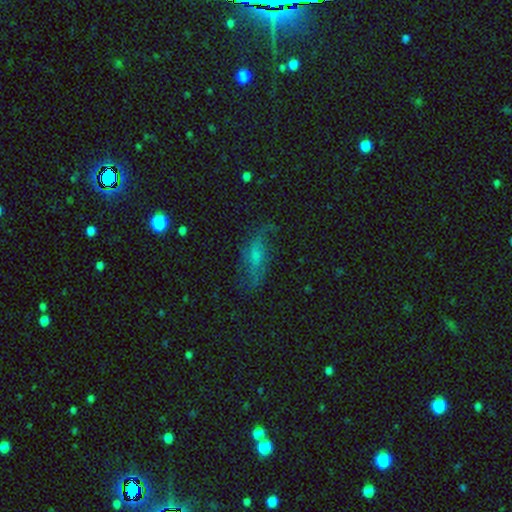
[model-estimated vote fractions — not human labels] smooth_or_featured: featured or disk (p=0.46) [alt: smooth p=0.35]
merging: none (p=0.64) [alt: minor disturbance p=0.21]